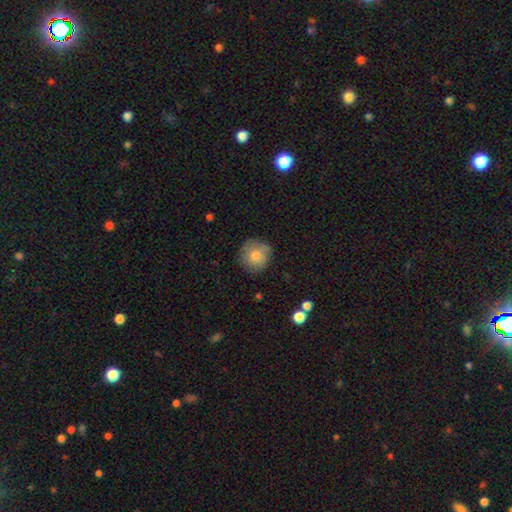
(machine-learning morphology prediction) Smooth or featured? Predicted: smooth (p=0.75). How rounded? Predicted: round (p=0.92). Merging? Predicted: none (p=0.78).